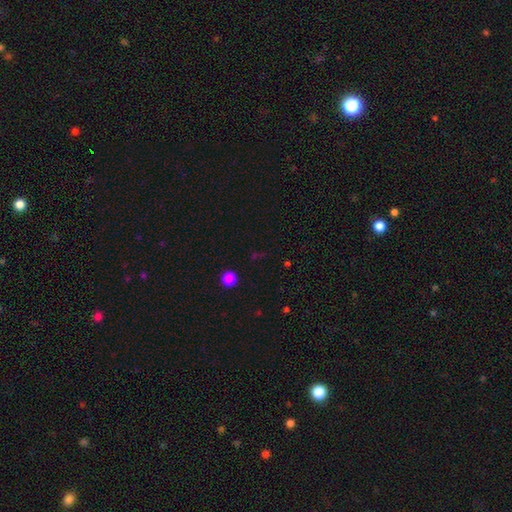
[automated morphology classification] This appears to be a smooth galaxy with no disk features (58%) that is round (90%). Merging: none (89%).